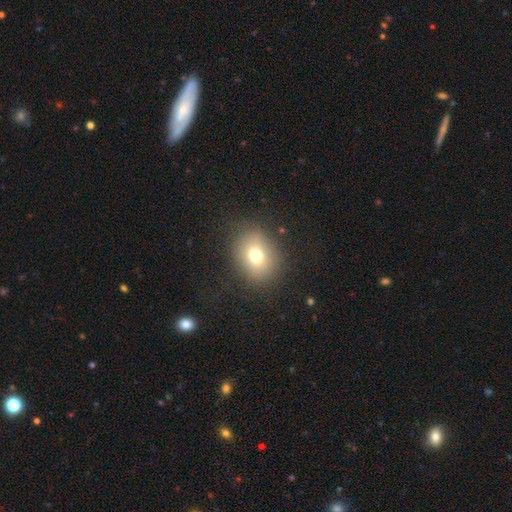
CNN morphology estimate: The model was most divided on "how rounded": round: 59%, in between: 40%, cigar-shaped: 1%. More confident: merging — none (82%); smooth or featured — smooth (73%).